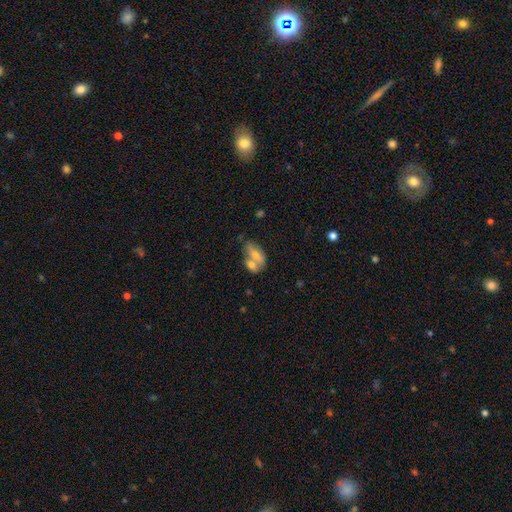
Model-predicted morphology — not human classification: Q: Smooth or featured?
A: smooth (63%); runner-up: featured or disk (30%)
Q: How rounded?
A: in between (79%); runner-up: cigar-shaped (15%)
Q: Merging?
A: merger (53%); runner-up: none (30%)